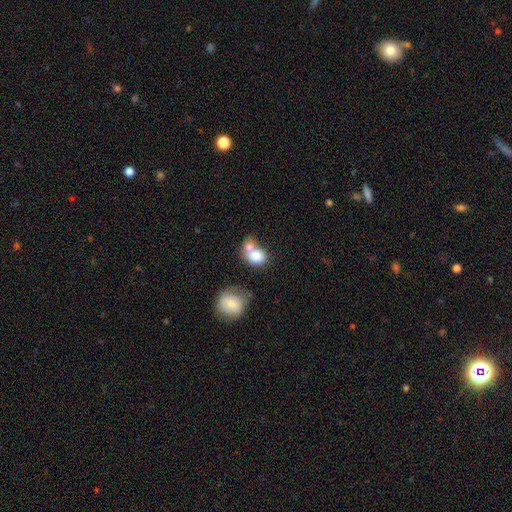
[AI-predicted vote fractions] Smooth or featured?
  - smooth: 78% *
  - featured or disk: 14%
  - star or artifact: 8%
How rounded?
  - round: 54% *
  - in between: 45%
  - cigar-shaped: 1%
Merging?
  - merger: 59% *
  - none: 25%
  - minor disturbance: 9%
  - major disturbance: 6%